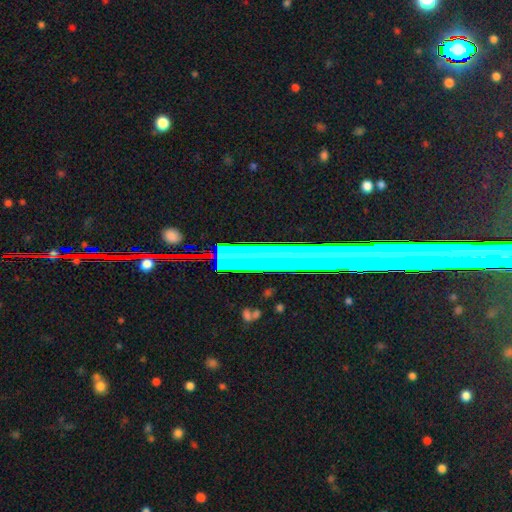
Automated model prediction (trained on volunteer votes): star or artifact 56%, featured or disk 29%, smooth 15%.